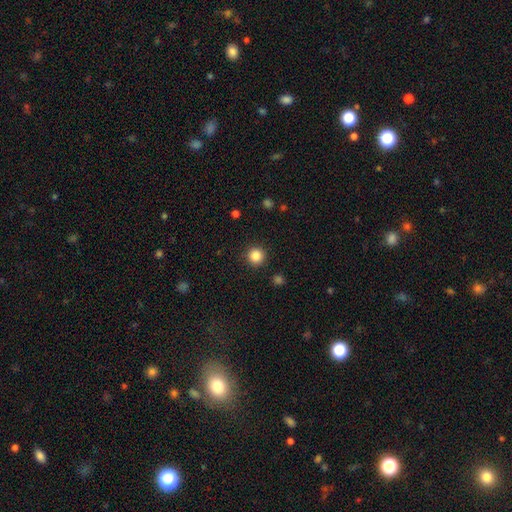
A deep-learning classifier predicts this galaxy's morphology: The model was most divided on "smooth or featured": smooth: 85%, star or artifact: 11%, featured or disk: 4%. More confident: how rounded — round (95%); merging — none (92%).